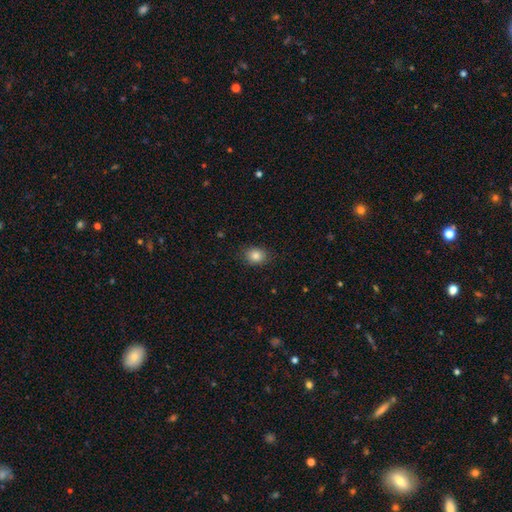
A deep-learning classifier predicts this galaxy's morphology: smooth 83%, star or artifact 10%, featured or disk 6%. Down the decision tree: how rounded — round (55%); merging — none (86%).